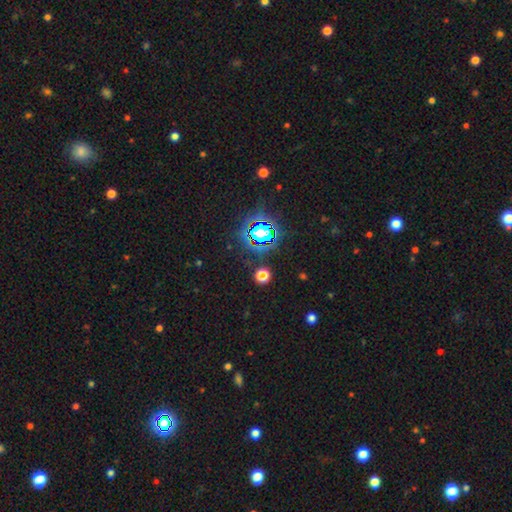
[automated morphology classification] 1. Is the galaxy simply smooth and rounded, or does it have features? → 80% star or artifact, 13% smooth, 7% featured or disk.